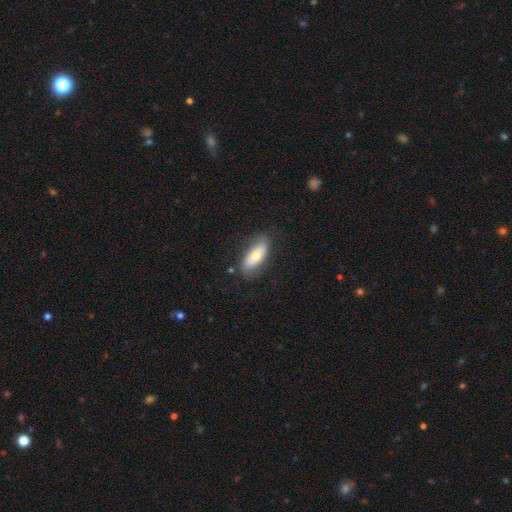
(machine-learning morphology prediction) type=smooth (64%); roundness=in between (78%); merging=none (77%).